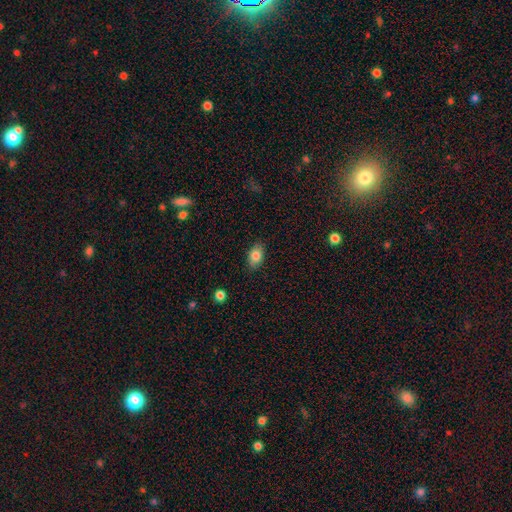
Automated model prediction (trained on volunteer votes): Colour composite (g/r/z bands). It shows a smooth galaxy with no disk features (82%) that is in between round and cigar-shaped (86%). Merging: none (85%).